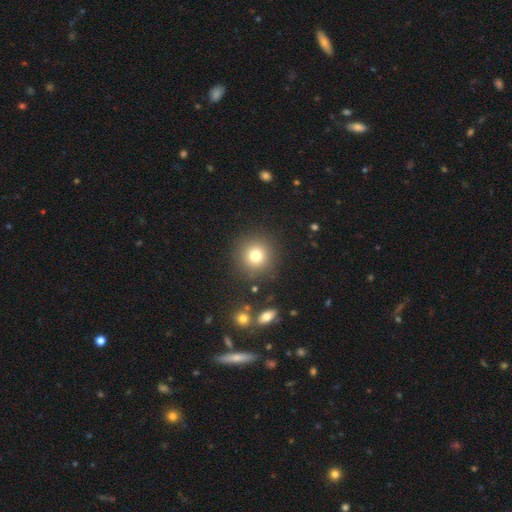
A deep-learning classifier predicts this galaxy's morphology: Overall: smooth (77%). How rounded: round (93%). Merging: none (88%).